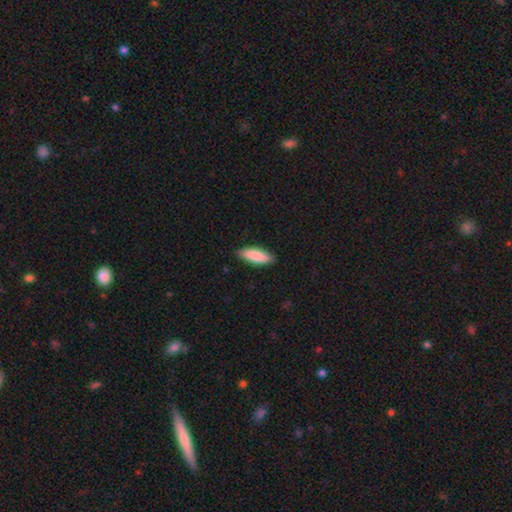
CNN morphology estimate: type=smooth (87%); roundness=in between (67%); merging=none (82%).